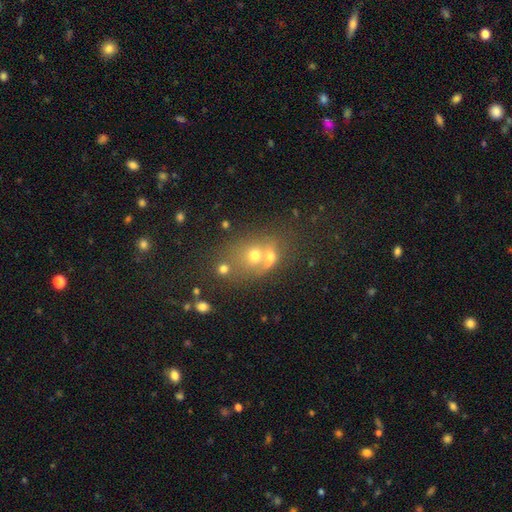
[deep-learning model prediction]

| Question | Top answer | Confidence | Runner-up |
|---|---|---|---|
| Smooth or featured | smooth | 52% | featured or disk (24%) |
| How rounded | round | 62% | in between (36%) |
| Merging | merger | 51% | none (35%) |